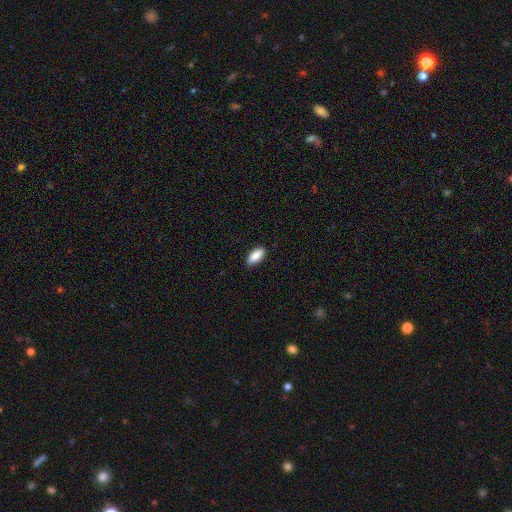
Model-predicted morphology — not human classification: This appears to be a smooth galaxy with no disk features (89%) that is in between round and cigar-shaped (88%). Merging: none (88%).